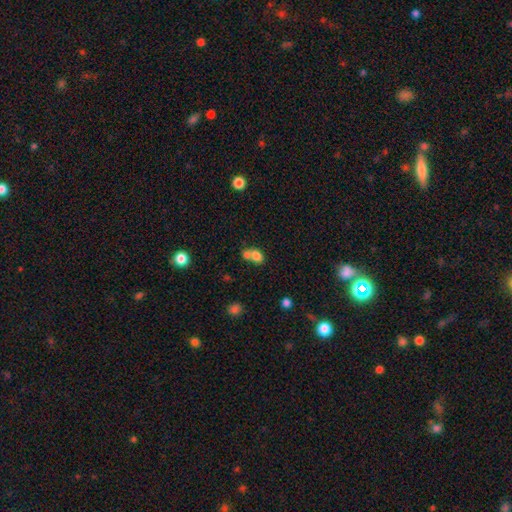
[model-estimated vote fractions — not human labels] Smooth or featured? Predicted: smooth (p=0.76). How rounded? Predicted: in between (p=0.53). Merging? Predicted: merger (p=0.60).